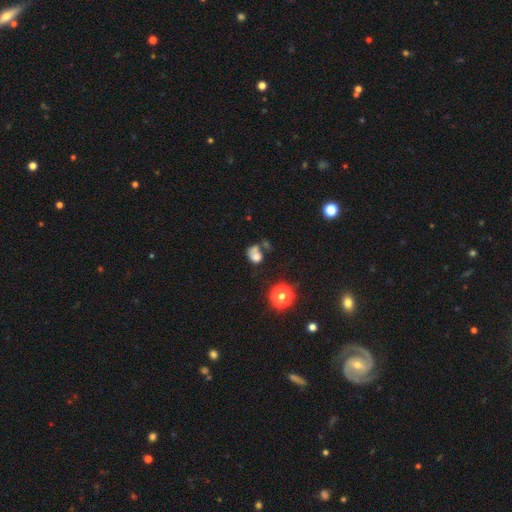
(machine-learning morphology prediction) Smooth or featured? Predicted: smooth (p=0.64). How rounded? Predicted: round (p=0.50). Merging? Predicted: merger (p=0.41).